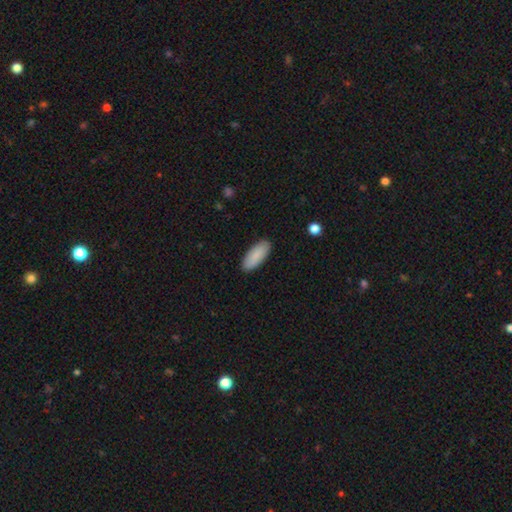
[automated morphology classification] smooth-or-featured: smooth: 88% | featured or disk: 7% | star or artifact: 6%
  how-rounded: in between: 77% | cigar-shaped: 21% | round: 2%
  merging: none: 89% | minor disturbance: 8% | major disturbance: 2% | merger: 1%